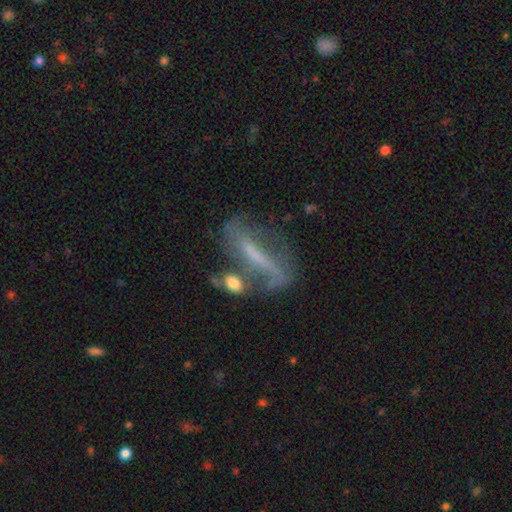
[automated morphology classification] Smooth or featured?
  - featured or disk: 62% *
  - smooth: 27%
  - star or artifact: 11%
Edge-on disk?
  - no: 66% *
  - yes: 34%
Merging?
  - none: 44% *
  - minor disturbance: 21%
  - major disturbance: 20%
  - merger: 15%